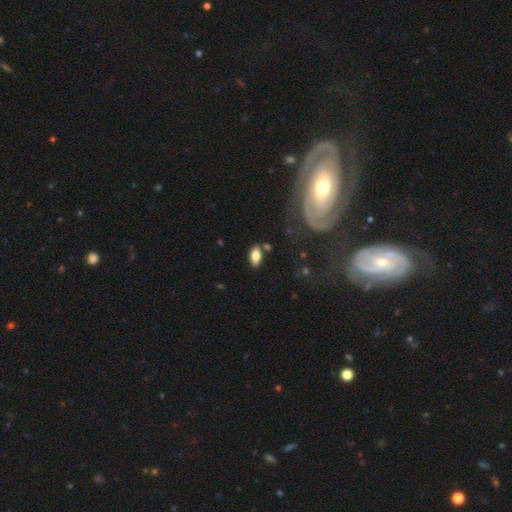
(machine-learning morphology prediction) smooth 79%, featured or disk 14%, star or artifact 7%. Down the decision tree: how rounded — in between (91%); merging — none (80%).